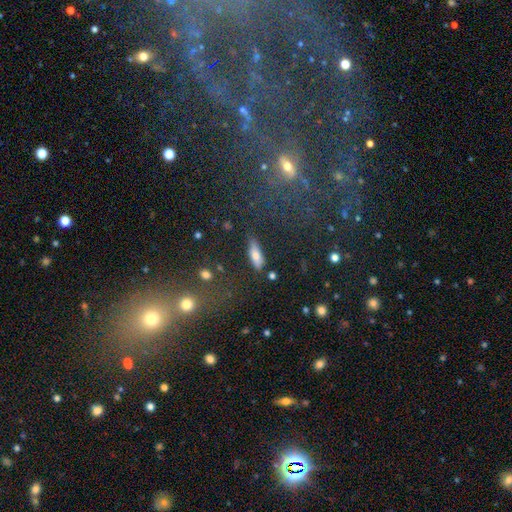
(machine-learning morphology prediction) smooth_or_featured: smooth (p=0.71) [alt: featured or disk p=0.19]
how_rounded: in between (p=0.55) [alt: cigar-shaped p=0.41]
merging: none (p=0.76) [alt: minor disturbance p=0.15]